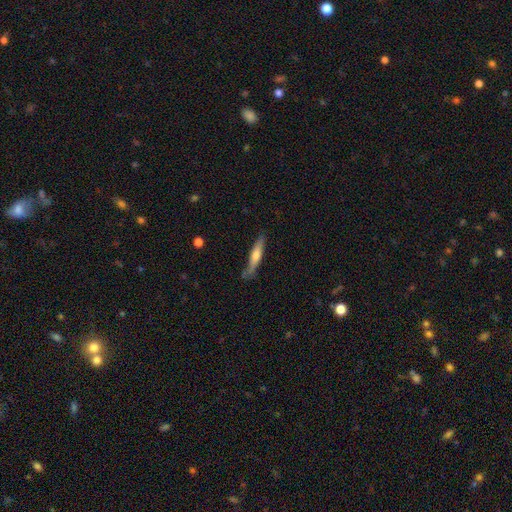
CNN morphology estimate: Smooth or featured: smooth — 53% (featured or disk — 41%)
How rounded: cigar-shaped — 88% (in between — 10%)
Merging: none — 72% (minor disturbance — 21%)